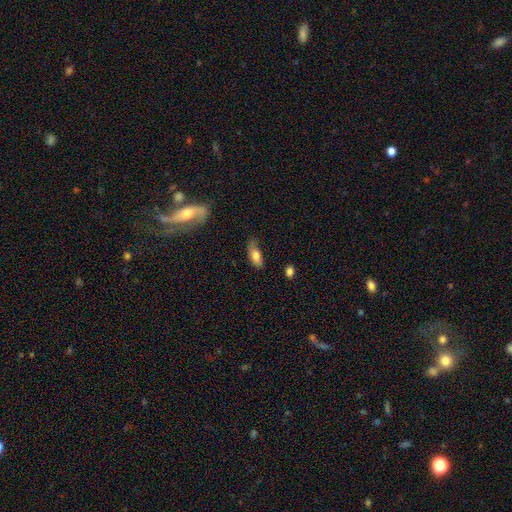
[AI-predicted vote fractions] A smooth galaxy with no disk features (72%) that is in between round and cigar-shaped (80%).

Vote fractions:
- Smooth or featured? smooth: 72% / featured or disk: 20% / star or artifact: 7%
- How rounded? in between: 80% / cigar-shaped: 16% / round: 4%
- Merging? none: 56% / minor disturbance: 31% / major disturbance: 10% / merger: 3%